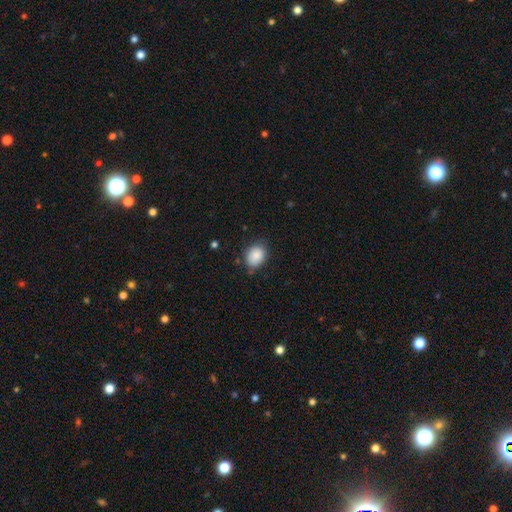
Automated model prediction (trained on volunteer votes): A smooth galaxy with no disk features (88%) that is in between round and cigar-shaped (62%). Merging: none (77%).